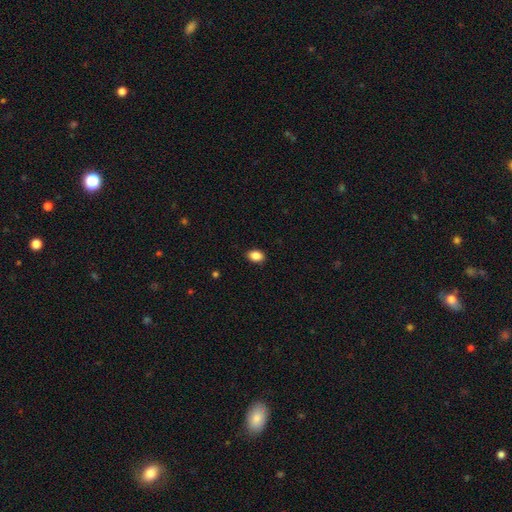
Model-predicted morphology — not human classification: smooth 89%, star or artifact 8%, featured or disk 3%. Down the decision tree: how rounded — in between (80%); merging — none (89%).